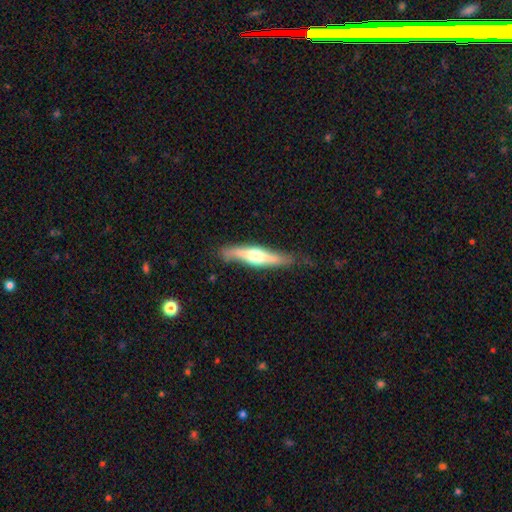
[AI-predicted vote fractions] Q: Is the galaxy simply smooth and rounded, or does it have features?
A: featured or disk — 60%.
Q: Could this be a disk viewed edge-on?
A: yes — 91%.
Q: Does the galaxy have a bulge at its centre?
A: rounded — 88%.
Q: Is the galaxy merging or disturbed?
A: none — 73%.